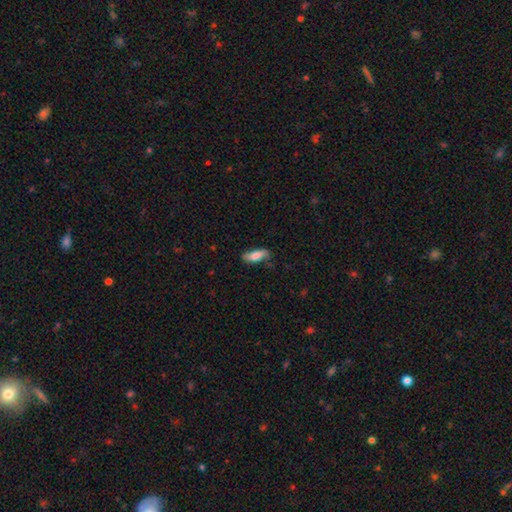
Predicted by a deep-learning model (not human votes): smooth_or_featured: smooth (p=0.68) [alt: featured or disk p=0.26]
how_rounded: in between (p=0.66) [alt: cigar-shaped p=0.32]
merging: none (p=0.67) [alt: minor disturbance p=0.24]